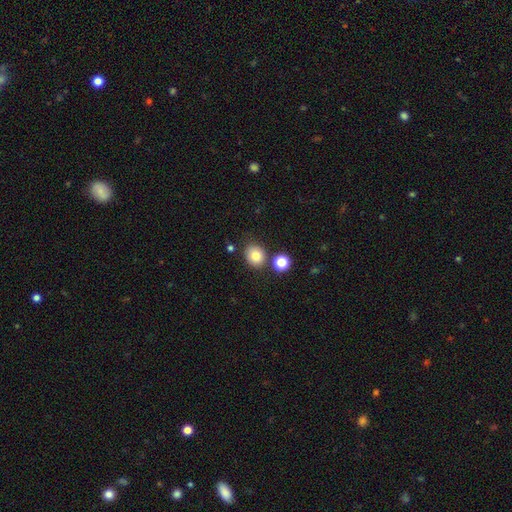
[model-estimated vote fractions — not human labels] smooth_or_featured: smooth (p=0.81) [alt: star or artifact p=0.11]
how_rounded: round (p=0.69) [alt: in between p=0.30]
merging: none (p=0.76) [alt: minor disturbance p=0.11]